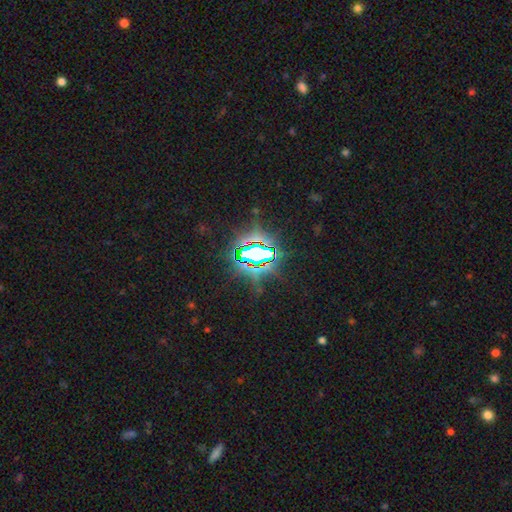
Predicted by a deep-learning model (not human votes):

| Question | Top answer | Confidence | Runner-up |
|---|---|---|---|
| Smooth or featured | star or artifact | 79% | smooth (11%) |